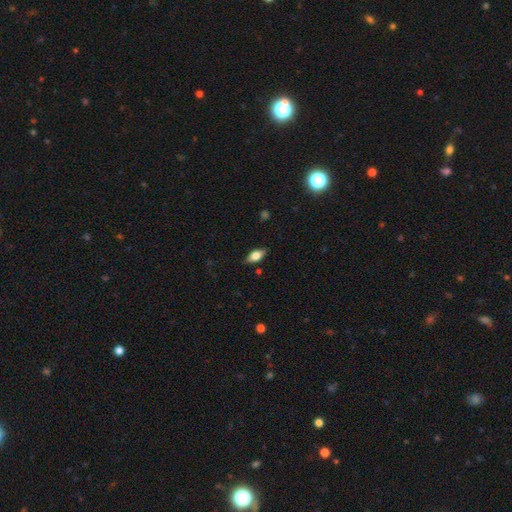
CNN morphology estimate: Smooth or featured? Predicted: smooth (p=0.66). How rounded? Predicted: in between (p=0.86). Merging? Predicted: none (p=0.83).